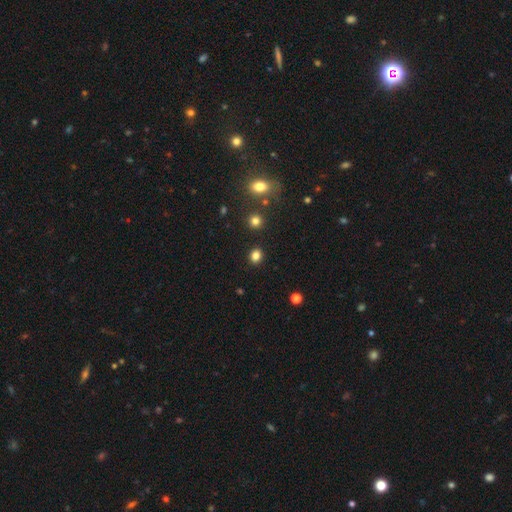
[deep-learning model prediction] Smooth or featured? smooth (83%)
How rounded? round (71%)
Merging? none (90%)